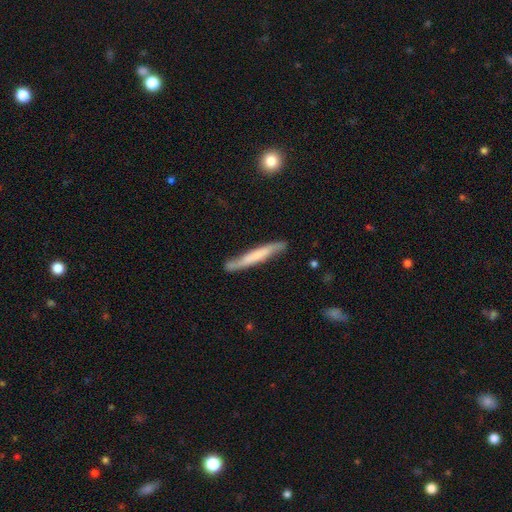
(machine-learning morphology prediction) Smooth or featured? featured or disk (48%)
Merging? none (75%)